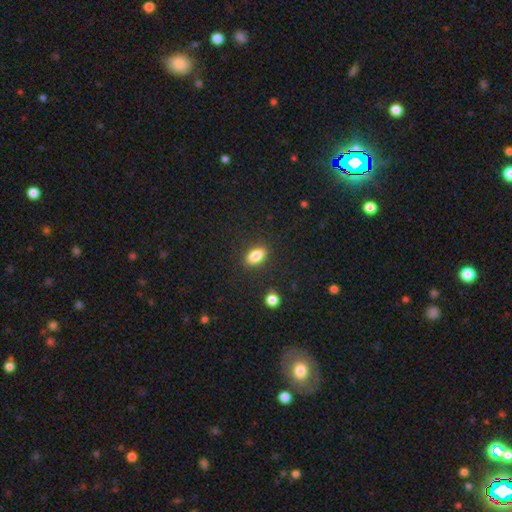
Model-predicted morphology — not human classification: Smooth or featured? smooth (84%)
How rounded? in between (87%)
Merging? none (86%)